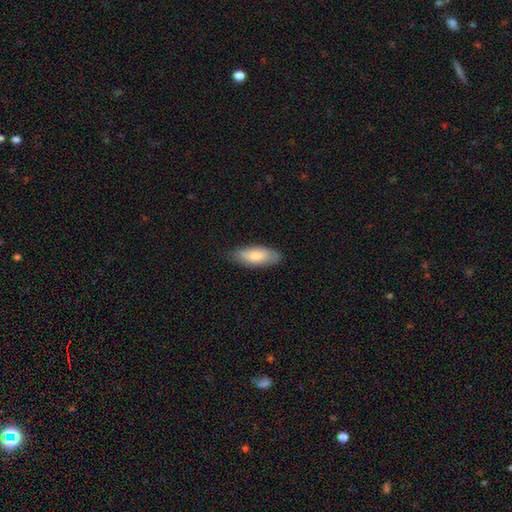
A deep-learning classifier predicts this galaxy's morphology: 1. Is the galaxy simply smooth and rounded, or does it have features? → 76% smooth, 18% featured or disk, 5% star or artifact.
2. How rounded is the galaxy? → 79% in between, 19% cigar-shaped, 2% round.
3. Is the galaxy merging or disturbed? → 79% none, 17% minor disturbance, 3% major disturbance, 1% merger.